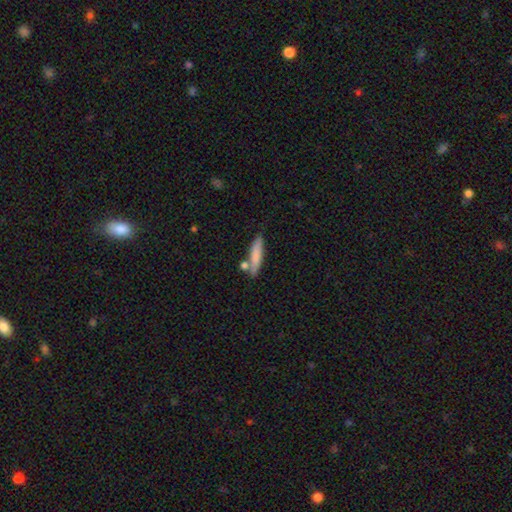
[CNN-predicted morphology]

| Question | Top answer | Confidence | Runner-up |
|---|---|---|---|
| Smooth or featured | smooth | 79% | featured or disk (15%) |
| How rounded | cigar-shaped | 79% | in between (19%) |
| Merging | none | 70% | minor disturbance (15%) |